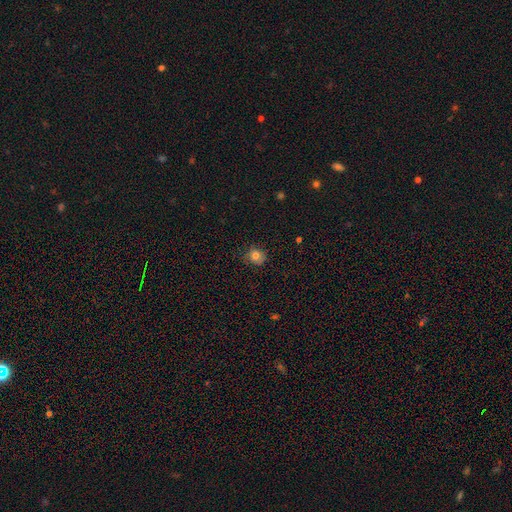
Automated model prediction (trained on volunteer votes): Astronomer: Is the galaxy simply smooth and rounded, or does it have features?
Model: smooth — 80%.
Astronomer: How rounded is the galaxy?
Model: round — 82%.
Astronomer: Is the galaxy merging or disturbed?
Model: none — 76%.